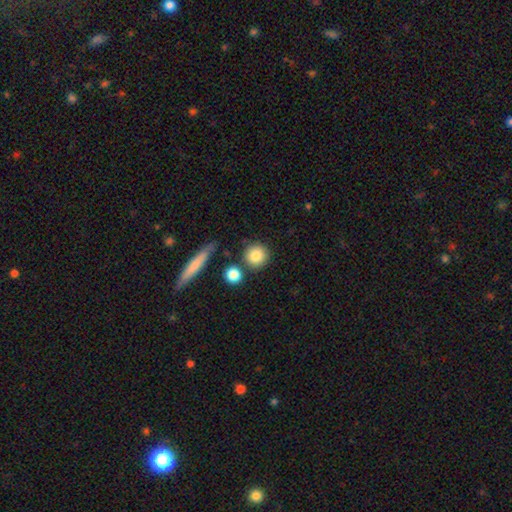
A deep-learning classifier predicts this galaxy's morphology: smooth-or-featured: smooth: 83% | star or artifact: 8% | featured or disk: 8%
  how-rounded: round: 91% | in between: 7% | cigar-shaped: 2%
  merging: none: 79% | merger: 9% | minor disturbance: 9% | major disturbance: 3%